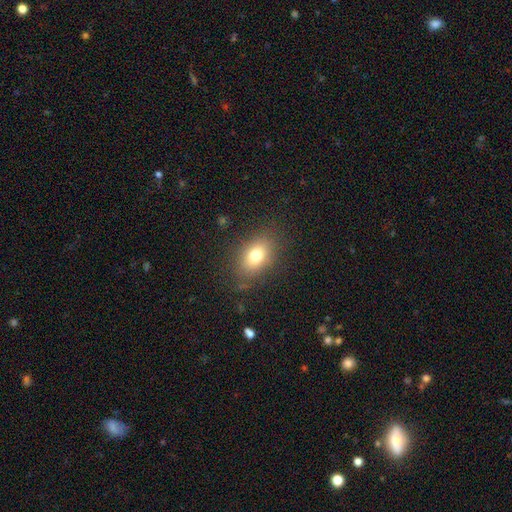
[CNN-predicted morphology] smooth 75%, featured or disk 13%, star or artifact 11%. Down the decision tree: how rounded — in between (78%); merging — none (81%).